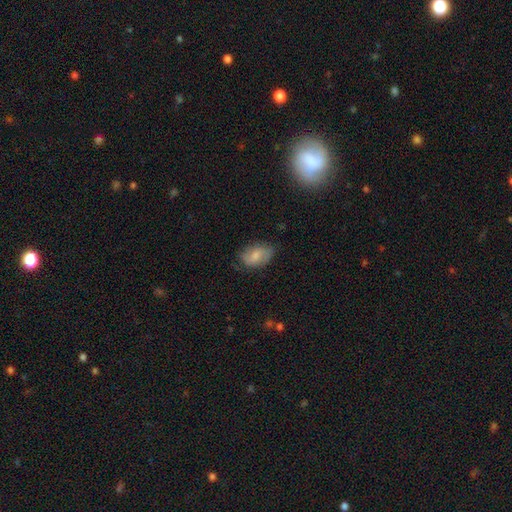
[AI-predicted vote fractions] Overall: smooth (65%; featured or disk 27%). How rounded: in between (87%). Merging: none (70%).